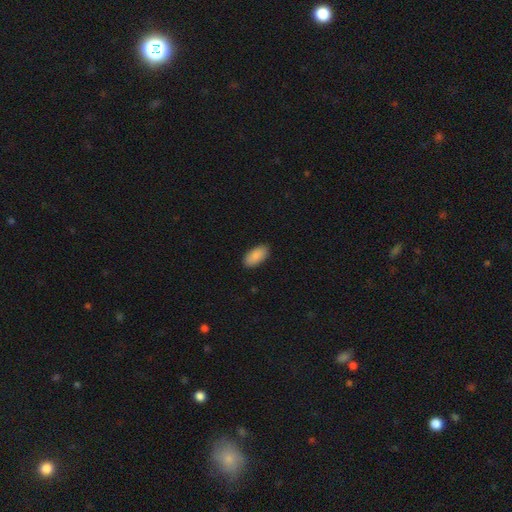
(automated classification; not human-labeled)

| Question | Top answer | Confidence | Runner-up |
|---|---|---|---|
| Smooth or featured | smooth | 89% | star or artifact (6%) |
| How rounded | in between | 93% | cigar-shaped (4%) |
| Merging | none | 89% | minor disturbance (9%) |